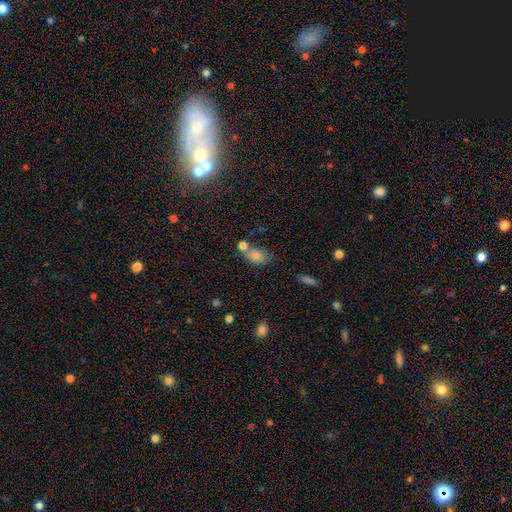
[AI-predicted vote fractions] Smooth or featured: smooth — 81% (star or artifact — 10%)
How rounded: in between — 78% (round — 20%)
Merging: none — 41% (merger — 36%)